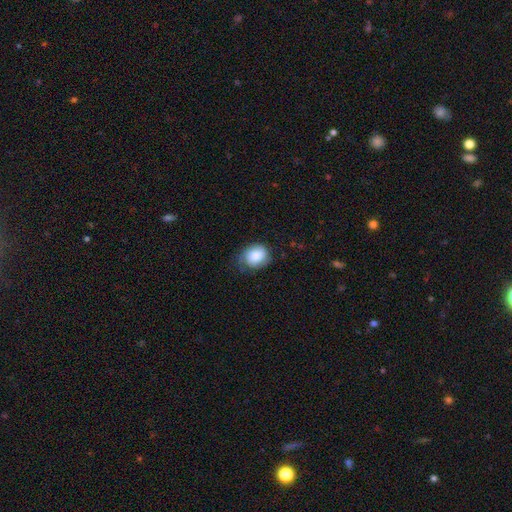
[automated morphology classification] smooth-or-featured: smooth: 65% | featured or disk: 27% | star or artifact: 8%
  how-rounded: round: 54% | in between: 45% | cigar-shaped: 1%
  merging: none: 61% | minor disturbance: 28% | major disturbance: 10% | merger: 1%